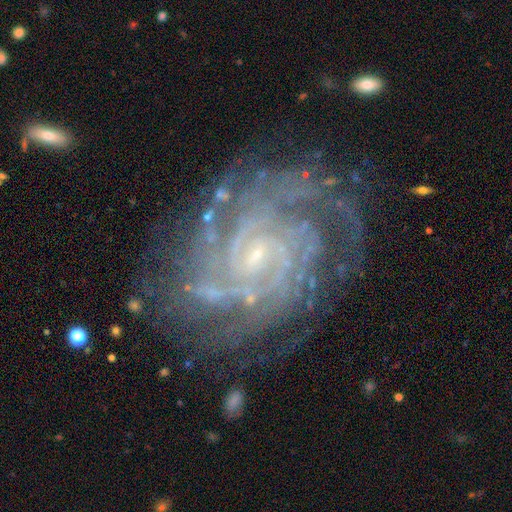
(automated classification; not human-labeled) Smooth or featured?
  - featured or disk: 91% *
  - star or artifact: 6%
  - smooth: 3%
Edge-on disk?
  - no: 98% *
  - yes: 2%
Bar?
  - no: 47% *
  - weak: 40%
  - strong: 13%
Spiral arms?
  - yes: 98% *
  - no: 2%
Spiral winding?
  - tight: 78% *
  - medium: 19%
  - loose: 3%
Spiral arm count?
  - 4: 23% *
  - can't tell: 20%
  - 3: 17%
  - 2: 17%
  - more than 4: 15%
  - 1: 8%
Bulge size?
  - small: 80% *
  - moderate: 12%
  - none: 6%
  - large: 1%
  - dominant: 1%
Merging?
  - none: 76% *
  - minor disturbance: 16%
  - major disturbance: 6%
  - merger: 2%